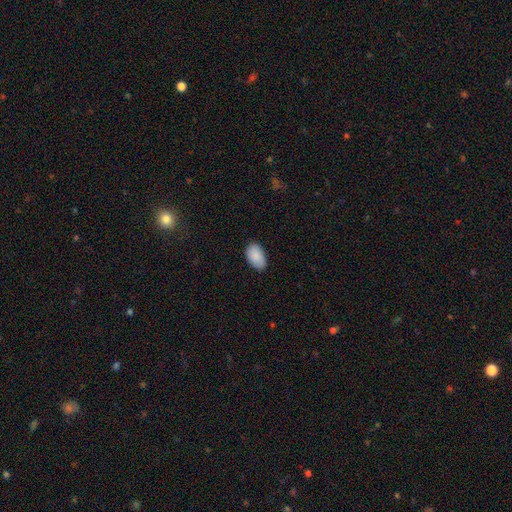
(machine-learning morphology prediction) smooth 89%, star or artifact 6%, featured or disk 4%. Down the decision tree: how rounded — in between (94%); merging — none (82%).